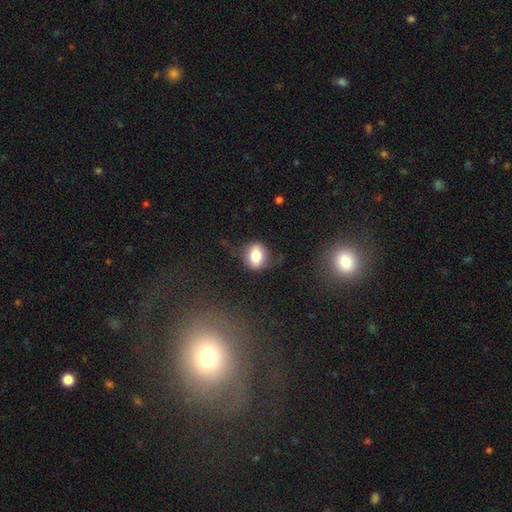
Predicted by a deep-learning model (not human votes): smooth 72%, featured or disk 19%, star or artifact 9%. Down the decision tree: how rounded — round (53%); merging — none (69%).